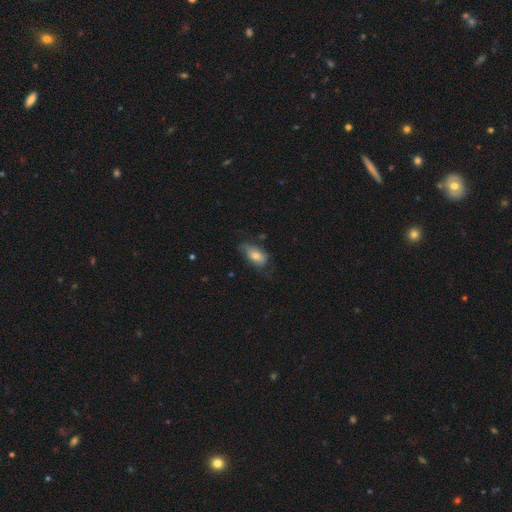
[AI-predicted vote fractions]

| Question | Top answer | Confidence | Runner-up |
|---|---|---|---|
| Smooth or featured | smooth | 67% | featured or disk (25%) |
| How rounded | in between | 89% | round (6%) |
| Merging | none | 48% | minor disturbance (33%) |